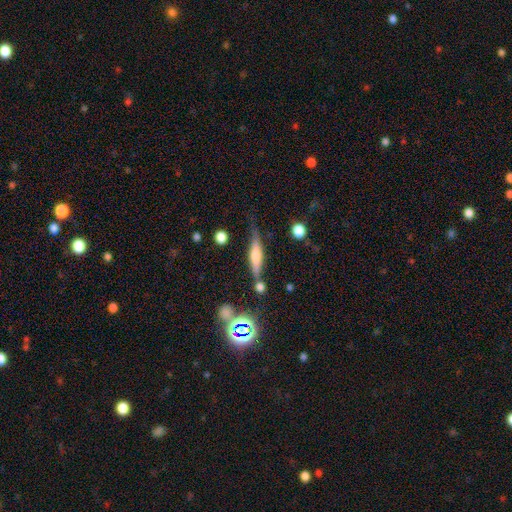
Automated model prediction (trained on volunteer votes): Smooth or featured: featured or disk — 55% (smooth — 35%)
Edge-on disk: yes — 93% (no — 7%)
Edge-on bulge: rounded — 67% (boxy — 23%)
Merging: none — 70% (minor disturbance — 18%)